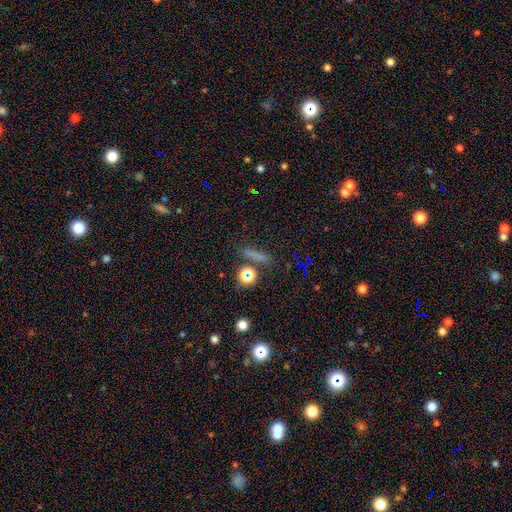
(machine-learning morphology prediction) Smooth or featured?
  - smooth: 54% *
  - star or artifact: 31%
  - featured or disk: 15%
How rounded?
  - cigar-shaped: 66% *
  - in between: 17%
  - round: 17%
Merging?
  - none: 79% *
  - minor disturbance: 10%
  - merger: 6%
  - major disturbance: 5%